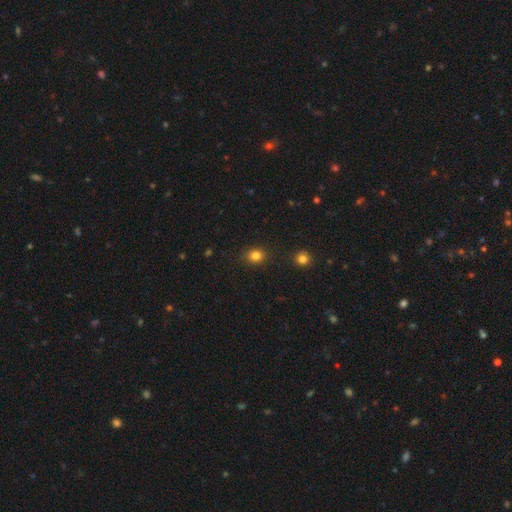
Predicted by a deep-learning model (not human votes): This is clearly a smooth galaxy (82%). How rounded: likely round (63%). Merging: clearly none (88%).